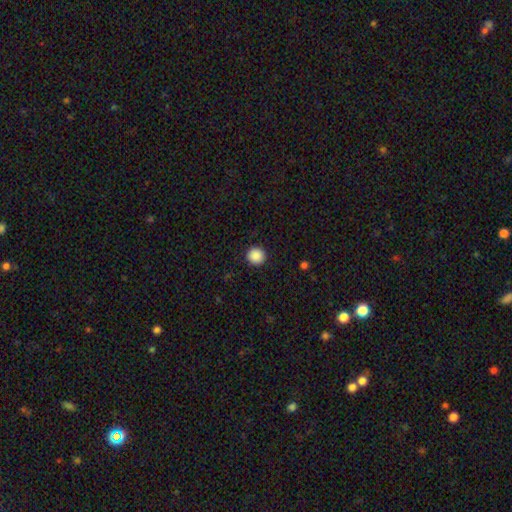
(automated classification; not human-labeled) Morphology: type=smooth (89%); roundness=round (95%); merging=none (93%).